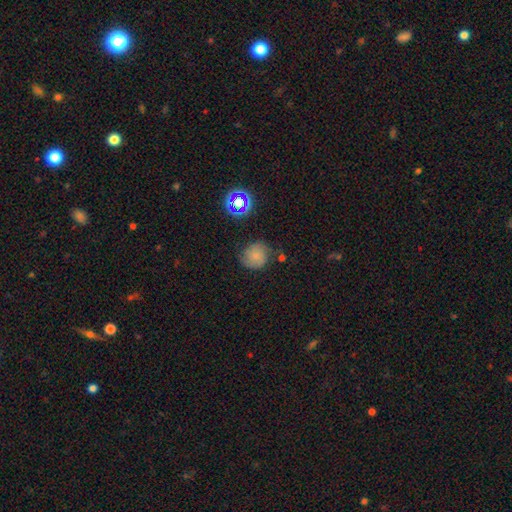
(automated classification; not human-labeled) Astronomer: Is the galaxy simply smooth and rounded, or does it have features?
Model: smooth — 63%.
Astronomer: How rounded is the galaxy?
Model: round — 86%.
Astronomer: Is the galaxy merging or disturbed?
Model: none — 65%.